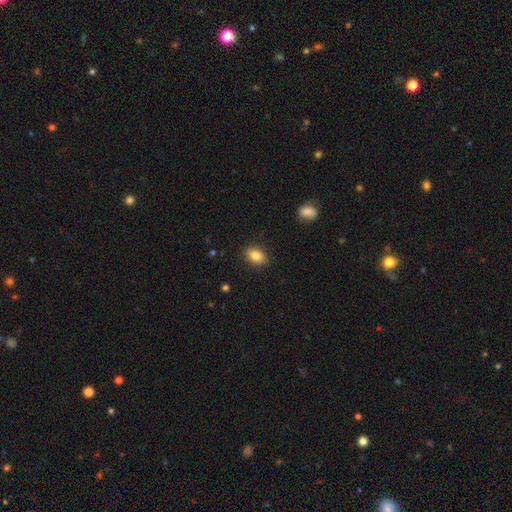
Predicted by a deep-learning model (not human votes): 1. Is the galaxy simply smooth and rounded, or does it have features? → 85% smooth, 8% star or artifact, 6% featured or disk.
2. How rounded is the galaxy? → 84% in between, 14% round, 2% cigar-shaped.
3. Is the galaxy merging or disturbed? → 88% none, 9% minor disturbance, 2% major disturbance, 1% merger.